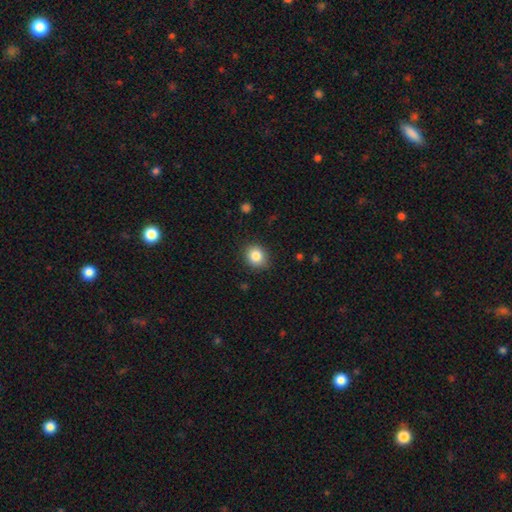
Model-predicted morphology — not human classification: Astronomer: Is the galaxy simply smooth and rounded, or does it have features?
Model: smooth — 85%.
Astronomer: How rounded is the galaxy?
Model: round — 73%.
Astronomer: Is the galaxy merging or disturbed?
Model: none — 87%.